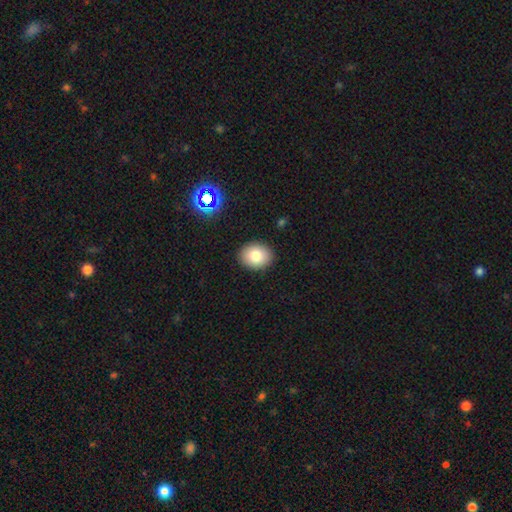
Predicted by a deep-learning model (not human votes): Smooth or featured: smooth — 81% (star or artifact — 10%)
How rounded: round — 57% (in between — 42%)
Merging: none — 90% (minor disturbance — 7%)